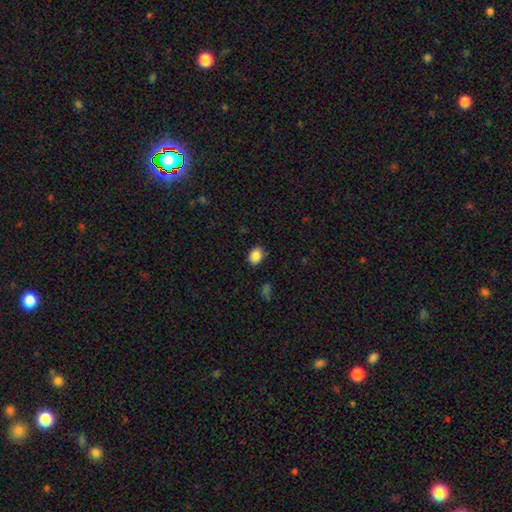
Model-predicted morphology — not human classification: smooth 87%, star or artifact 9%, featured or disk 4%. Down the decision tree: how rounded — in between (58%); merging — none (86%).